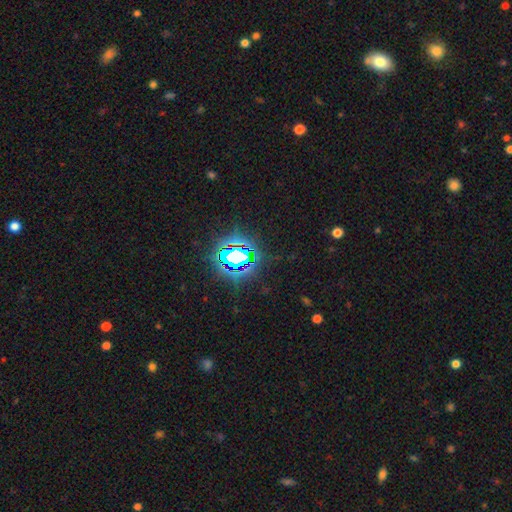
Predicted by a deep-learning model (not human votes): A star or artifact, not a galaxy (82%).